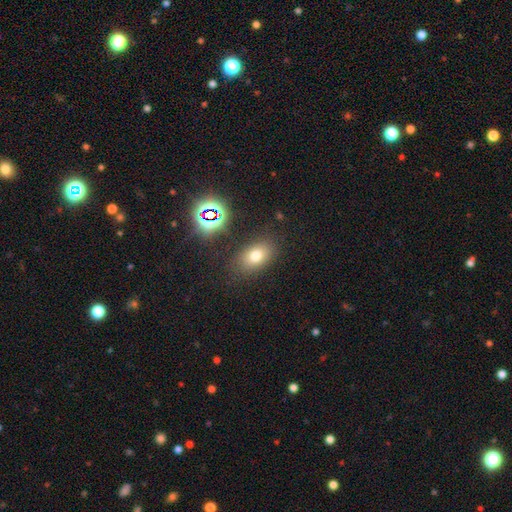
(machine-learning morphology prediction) smooth-or-featured: smooth: 72% | star or artifact: 16% | featured or disk: 12%
  how-rounded: in between: 82% | round: 16% | cigar-shaped: 2%
  merging: none: 81% | minor disturbance: 12% | major disturbance: 4% | merger: 3%